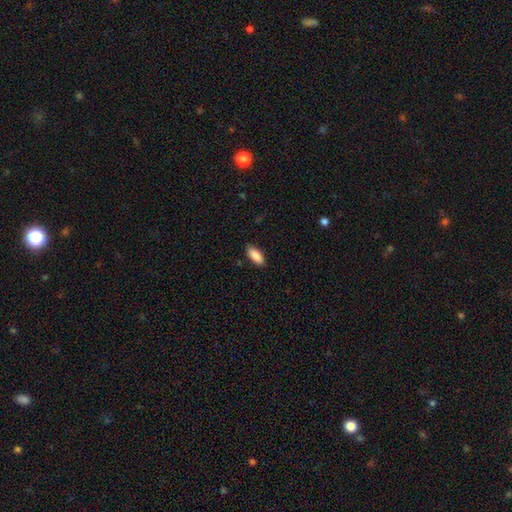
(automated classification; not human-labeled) Overall: smooth (88%). How rounded: in between (83%). Merging: none (87%).